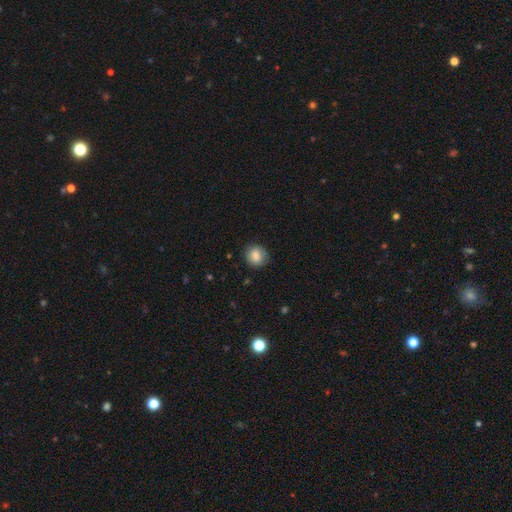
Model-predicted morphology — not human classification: smooth_or_featured: smooth (p=0.84) [alt: star or artifact p=0.08]
how_rounded: round (p=0.79) [alt: in between p=0.20]
merging: none (p=0.84) [alt: minor disturbance p=0.12]